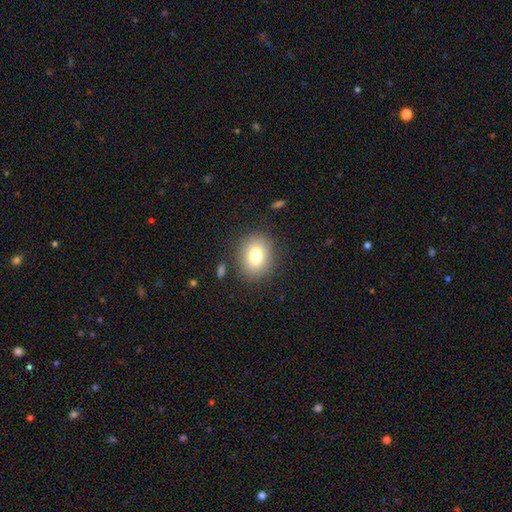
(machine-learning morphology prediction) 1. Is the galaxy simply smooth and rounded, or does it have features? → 79% smooth, 11% featured or disk, 10% star or artifact.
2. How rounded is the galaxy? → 50% in between, 49% round, 1% cigar-shaped.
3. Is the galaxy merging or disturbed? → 85% none, 9% minor disturbance, 4% major disturbance, 2% merger.